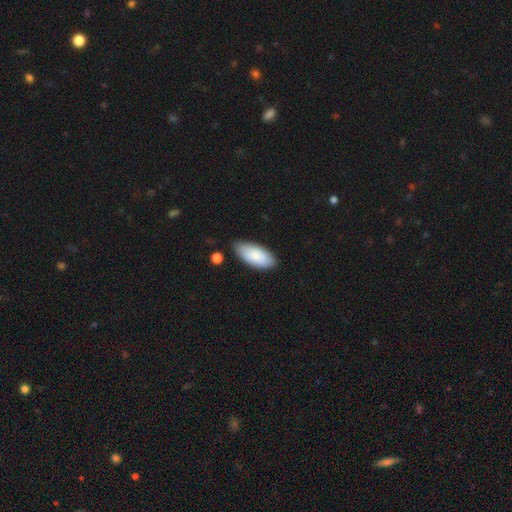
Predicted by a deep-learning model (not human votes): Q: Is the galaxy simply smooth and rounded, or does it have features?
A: smooth — 84%.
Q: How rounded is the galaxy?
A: in between — 90%.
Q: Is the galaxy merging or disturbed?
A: none — 76%.